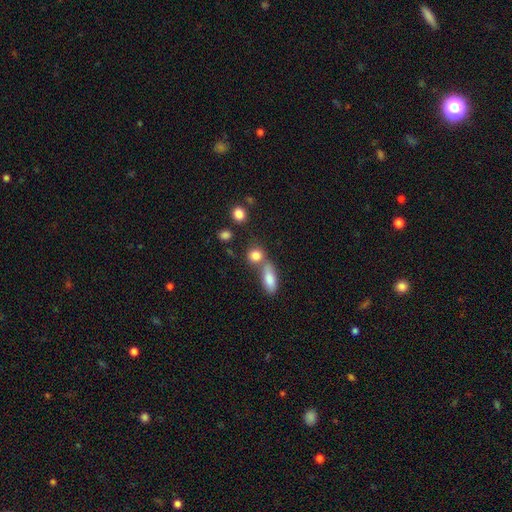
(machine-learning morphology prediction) type=smooth (83%); roundness=round (63%); merging=none (49%).